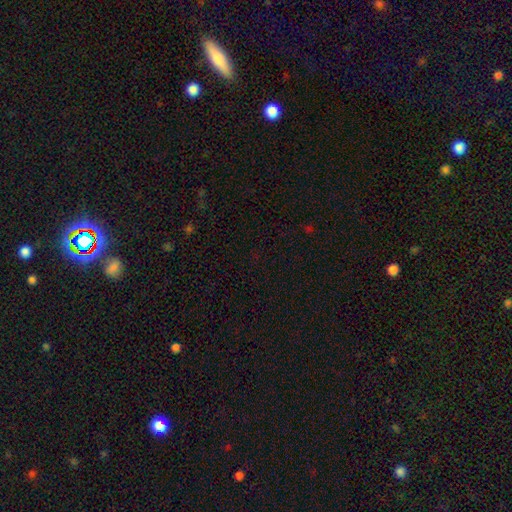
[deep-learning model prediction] A star or artifact, not a galaxy (69%).

Vote fractions:
- Smooth or featured? star or artifact: 69% / smooth: 25% / featured or disk: 7%